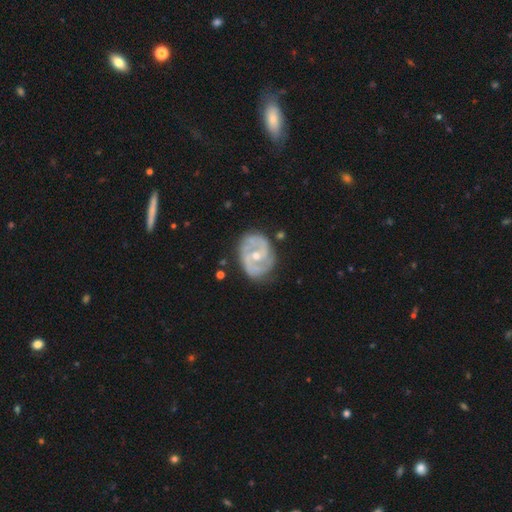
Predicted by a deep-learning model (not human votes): Overall: featured or disk (87%). Edge-on disk: no (98%). Bar: no (48%; weak 42%). Spiral arms: yes (95%). Spiral arm count: 2 (78%). Spiral winding: medium (45%; tight 44%). Bulge size: moderate (59%; small 37%). Merging: none (75%).